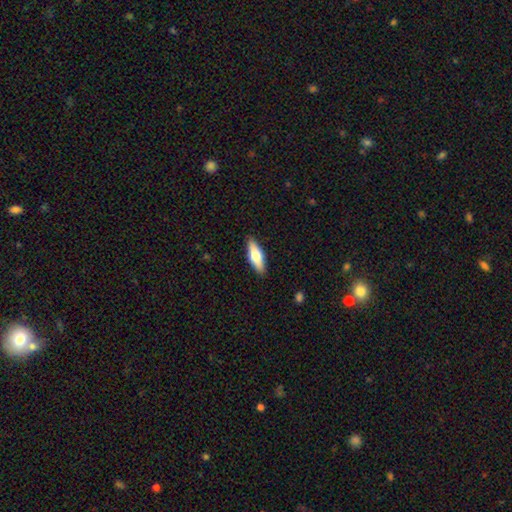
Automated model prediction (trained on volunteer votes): Smooth or featured? smooth (63%)
How rounded? in between (55%)
Merging? none (88%)